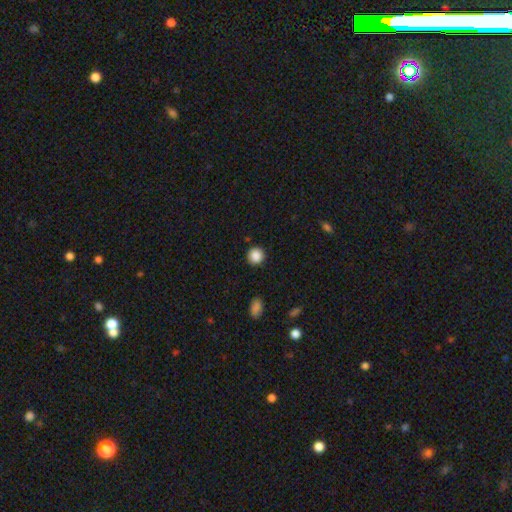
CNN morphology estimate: Overall: smooth (88%). How rounded: round (93%). Merging: none (91%).